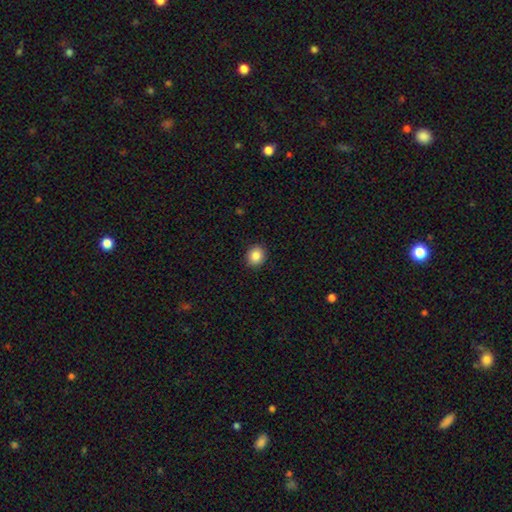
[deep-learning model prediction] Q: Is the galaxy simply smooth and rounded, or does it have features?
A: smooth — 86%.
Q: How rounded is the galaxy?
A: round — 80%.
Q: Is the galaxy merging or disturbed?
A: none — 91%.